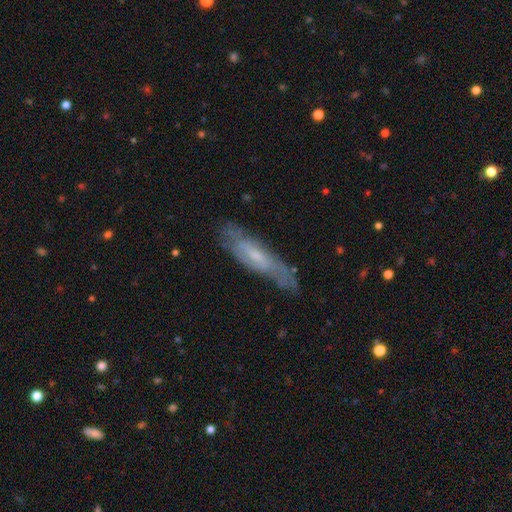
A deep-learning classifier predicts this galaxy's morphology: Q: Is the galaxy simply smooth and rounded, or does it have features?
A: featured or disk — 59%.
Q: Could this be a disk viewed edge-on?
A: no — 56%.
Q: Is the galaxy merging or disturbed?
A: none — 68%.